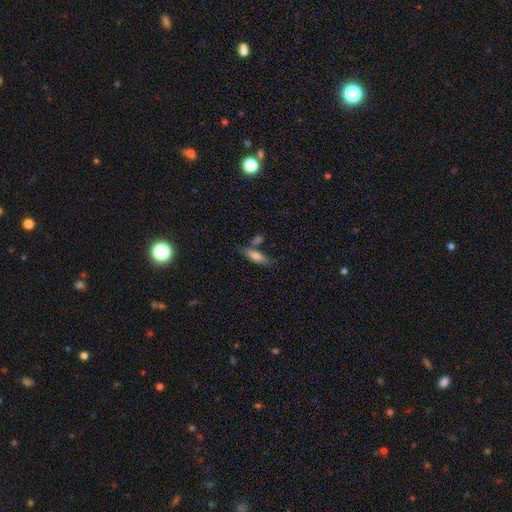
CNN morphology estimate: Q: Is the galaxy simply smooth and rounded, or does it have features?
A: smooth — 78%.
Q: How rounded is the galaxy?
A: in between — 55%.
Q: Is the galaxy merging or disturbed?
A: none — 65%.